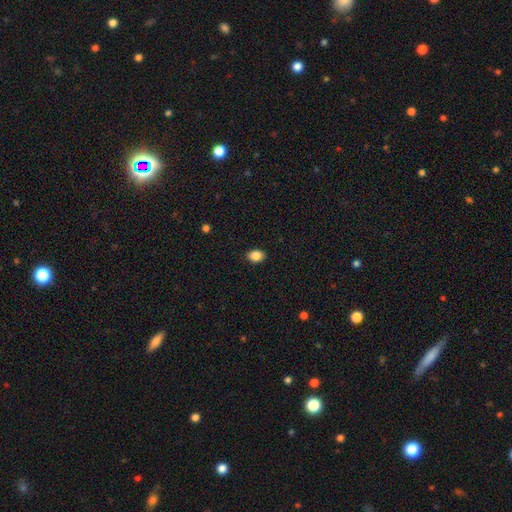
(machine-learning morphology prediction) Q: Smooth or featured?
A: smooth (86%); runner-up: star or artifact (9%)
Q: How rounded?
A: in between (70%); runner-up: round (29%)
Q: Merging?
A: none (90%); runner-up: minor disturbance (7%)